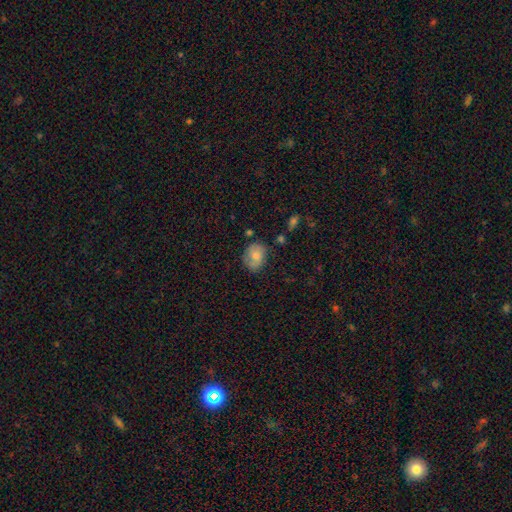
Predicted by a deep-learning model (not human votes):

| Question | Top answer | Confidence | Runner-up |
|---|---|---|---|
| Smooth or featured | smooth | 70% | featured or disk (22%) |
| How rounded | in between | 61% | round (37%) |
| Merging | none | 64% | minor disturbance (26%) |